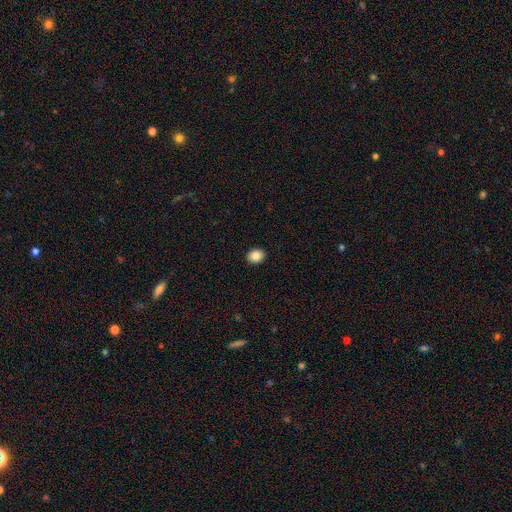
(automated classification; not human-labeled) smooth_or_featured: smooth (p=0.87) [alt: star or artifact p=0.09]
how_rounded: round (p=0.58) [alt: in between p=0.41]
merging: none (p=0.92) [alt: minor disturbance p=0.05]